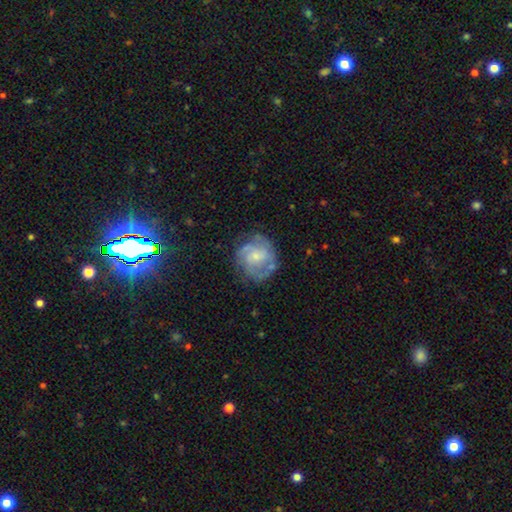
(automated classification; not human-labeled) Smooth or featured?
  - featured or disk: 68% *
  - smooth: 25%
  - star or artifact: 7%
Edge-on disk?
  - no: 98% *
  - yes: 2%
Bar?
  - no: 64% *
  - weak: 31%
  - strong: 5%
Spiral arms?
  - yes: 82% *
  - no: 18%
Spiral winding?
  - medium: 42% *
  - tight: 41%
  - loose: 17%
Spiral arm count?
  - can't tell: 34% *
  - 3: 24%
  - 2: 24%
  - 4: 8%
  - 1: 5%
  - more than 4: 4%
Bulge size?
  - small: 55% *
  - moderate: 31%
  - none: 10%
  - large: 3%
  - dominant: 1%
Merging?
  - none: 64% *
  - minor disturbance: 21%
  - major disturbance: 13%
  - merger: 2%